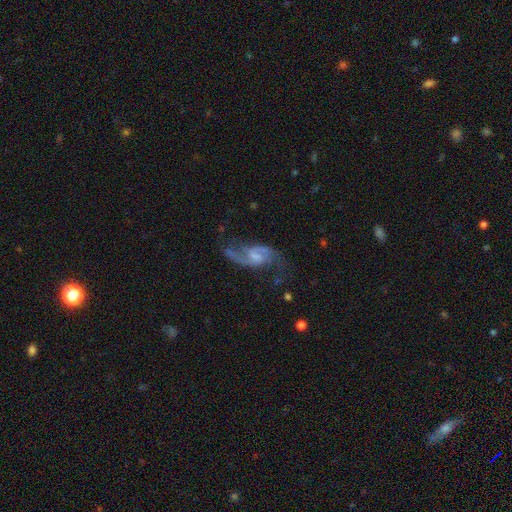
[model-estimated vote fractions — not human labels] Smooth or featured?
  - featured or disk: 87% *
  - smooth: 7%
  - star or artifact: 6%
Edge-on disk?
  - no: 97% *
  - yes: 3%
Bar?
  - weak: 56% *
  - no: 26%
  - strong: 18%
Spiral arms?
  - yes: 96% *
  - no: 4%
Spiral winding?
  - loose: 54% *
  - medium: 38%
  - tight: 8%
Spiral arm count?
  - 2: 92% *
  - can't tell: 3%
  - 1: 2%
  - 3: 1%
  - 4: 1%
  - more than 4: 1%
Bulge size?
  - small: 41% *
  - none: 29%
  - moderate: 26%
  - large: 4%
  - dominant: 1%
Merging?
  - none: 63% *
  - minor disturbance: 19%
  - major disturbance: 15%
  - merger: 3%